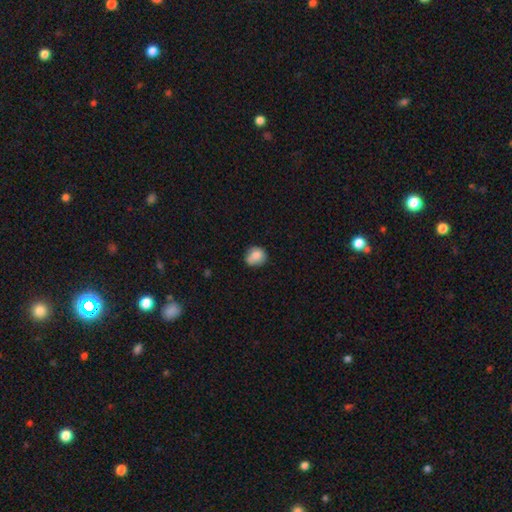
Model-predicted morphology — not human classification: smooth 79%, featured or disk 12%, star or artifact 9%. Down the decision tree: how rounded — round (75%); merging — none (62%).